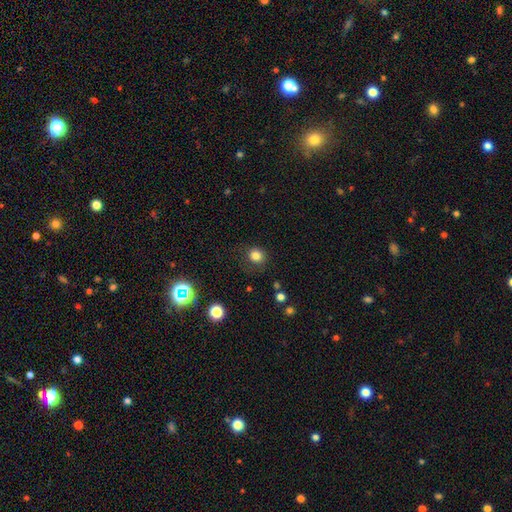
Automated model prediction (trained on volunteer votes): Smooth or featured? Predicted: smooth (p=0.81). How rounded? Predicted: round (p=0.82). Merging? Predicted: none (p=0.79).